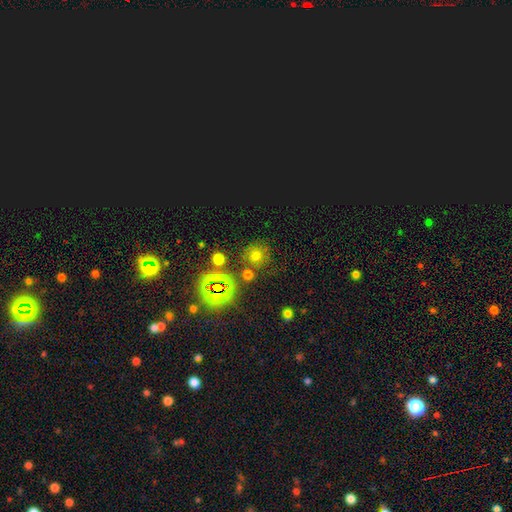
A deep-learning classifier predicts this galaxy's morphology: Overall: smooth (55%; star or artifact 34%). How rounded: round (87%). Merging: none (73%).